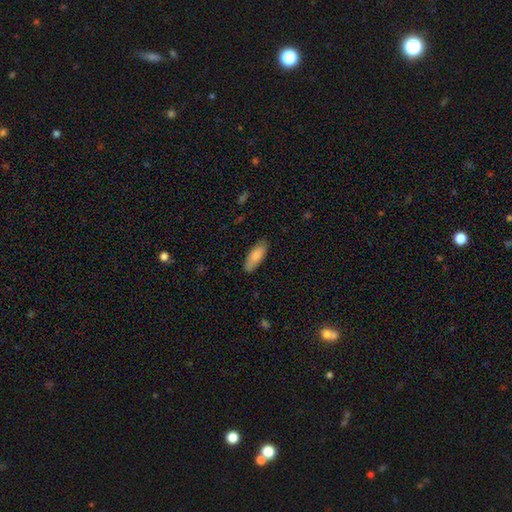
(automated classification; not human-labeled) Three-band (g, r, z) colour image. It shows a smooth galaxy with no disk features (84%) that is in between round and cigar-shaped (75%). Merging: none (84%).